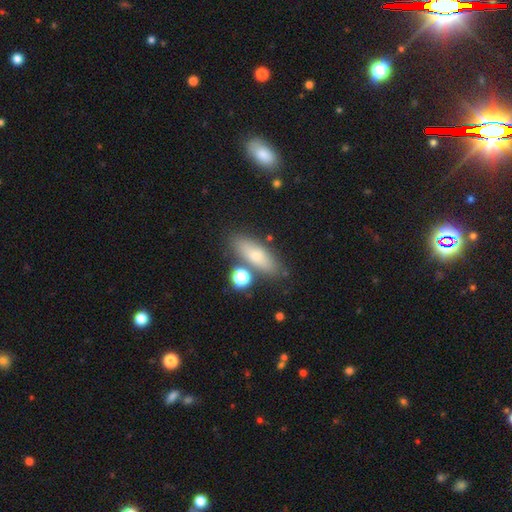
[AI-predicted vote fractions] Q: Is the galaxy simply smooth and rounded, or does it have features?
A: smooth — 69%.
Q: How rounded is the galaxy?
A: in between — 56%.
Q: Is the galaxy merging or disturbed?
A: none — 76%.